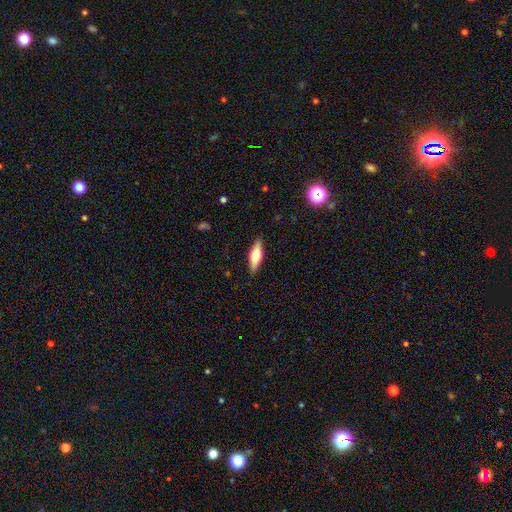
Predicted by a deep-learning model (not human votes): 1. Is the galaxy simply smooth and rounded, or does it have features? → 60% smooth, 34% featured or disk, 6% star or artifact.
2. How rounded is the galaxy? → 52% in between, 46% cigar-shaped, 2% round.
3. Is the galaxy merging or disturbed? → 88% none, 9% minor disturbance, 2% major disturbance, 1% merger.